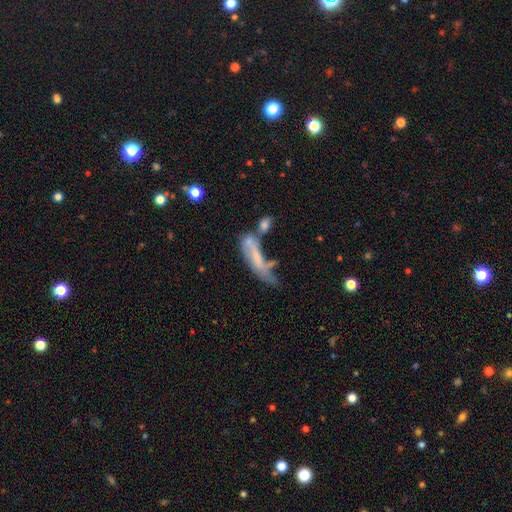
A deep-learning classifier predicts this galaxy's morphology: A featured or disk galaxy (46%).

Vote fractions:
- Smooth or featured? featured or disk: 46% / smooth: 43% / star or artifact: 12%
- Merging? merger: 34% / major disturbance: 28% / none: 21% / minor disturbance: 18%